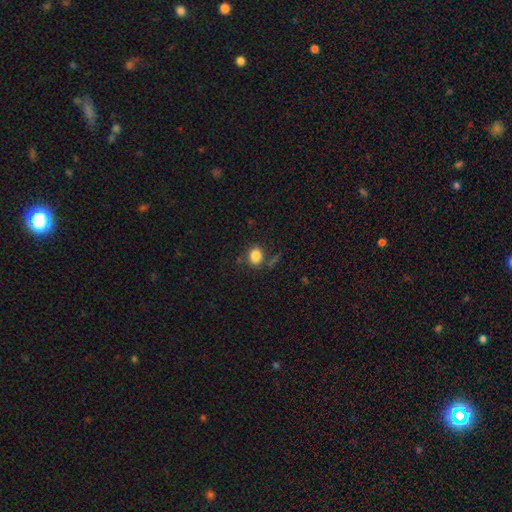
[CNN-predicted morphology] Smooth or featured?
  - smooth: 84% *
  - star or artifact: 10%
  - featured or disk: 6%
How rounded?
  - round: 53% *
  - in between: 45%
  - cigar-shaped: 1%
Merging?
  - none: 72% *
  - minor disturbance: 14%
  - merger: 7%
  - major disturbance: 6%